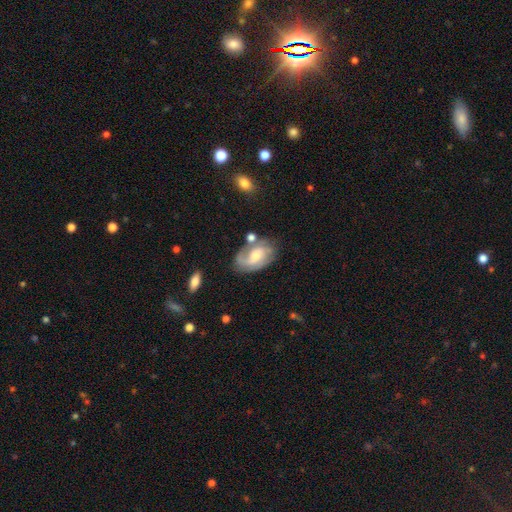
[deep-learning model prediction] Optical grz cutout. It shows a featured or disk galaxy (70%) with no bar (47%), 2 (57%) medium (43%) spiral arms (90%) and a moderate central bulge (52%). Merging: none (59%).